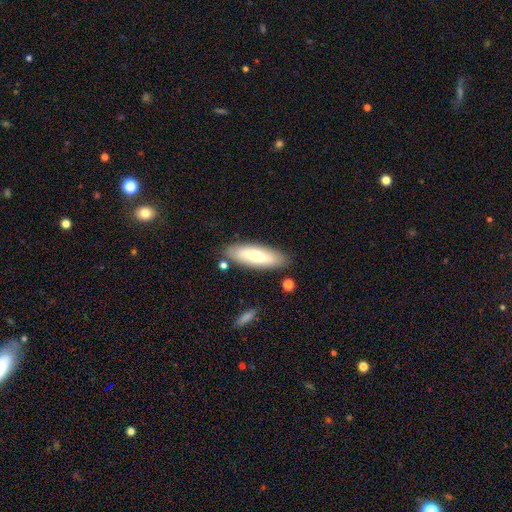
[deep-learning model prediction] Smooth or featured: smooth — 56% (featured or disk — 38%)
How rounded: in between — 57% (cigar-shaped — 41%)
Merging: none — 83% (minor disturbance — 11%)